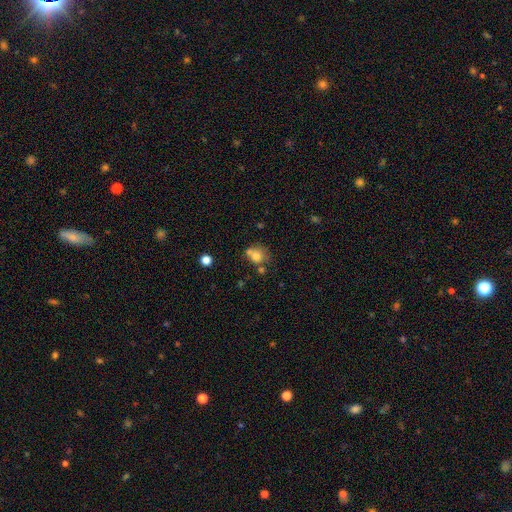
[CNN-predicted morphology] Q: Smooth or featured?
A: smooth (74%); runner-up: featured or disk (14%)
Q: How rounded?
A: round (65%); runner-up: in between (34%)
Q: Merging?
A: none (44%); runner-up: merger (29%)